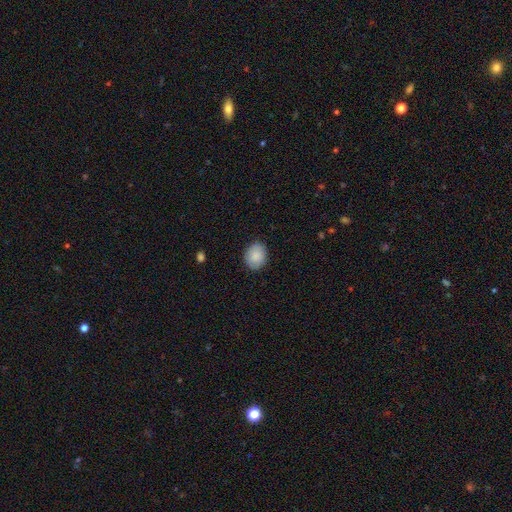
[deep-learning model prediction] Overall: smooth (87%). How rounded: in between (53%; round 46%). Merging: none (86%).